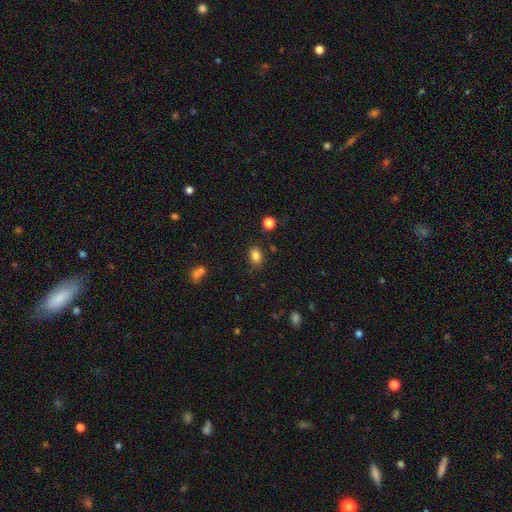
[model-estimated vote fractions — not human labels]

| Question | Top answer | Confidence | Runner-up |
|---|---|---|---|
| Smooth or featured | smooth | 83% | star or artifact (11%) |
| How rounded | in between | 73% | round (26%) |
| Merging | none | 79% | minor disturbance (14%) |